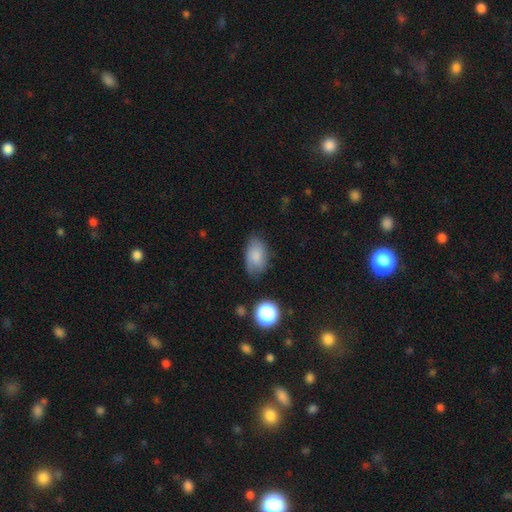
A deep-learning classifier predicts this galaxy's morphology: type=smooth (75%); roundness=in between (90%); merging=none (63%).